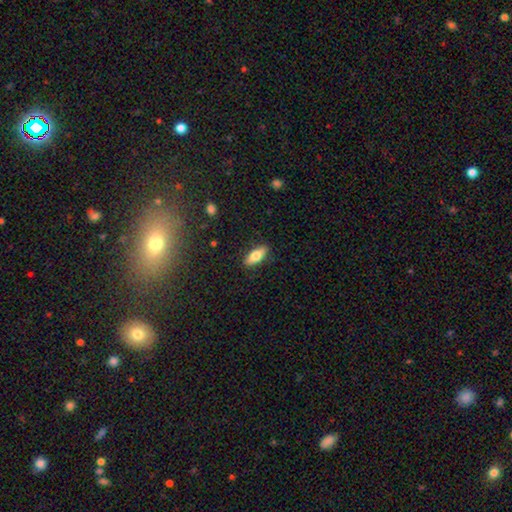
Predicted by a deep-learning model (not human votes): A smooth galaxy with no disk features (73%) that is in between round and cigar-shaped (70%). Merging: none (87%).